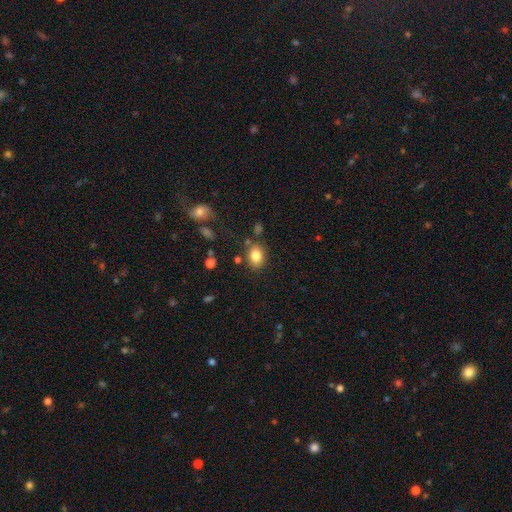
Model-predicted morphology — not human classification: A smooth galaxy with no disk features (82%) that is in between round and cigar-shaped (60%). Merging: none (77%).